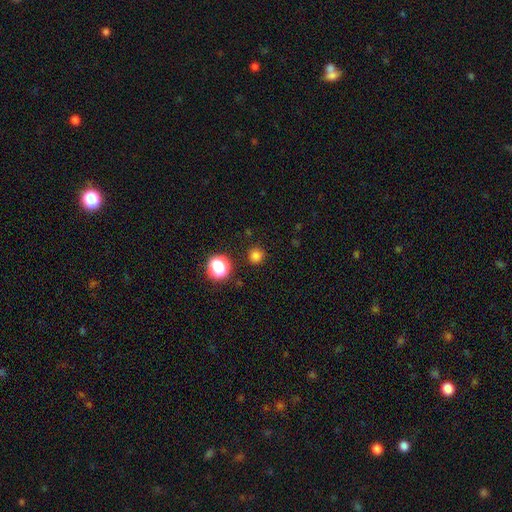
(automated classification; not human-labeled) smooth 78%, star or artifact 18%, featured or disk 4%. Down the decision tree: how rounded — round (94%); merging — none (89%).